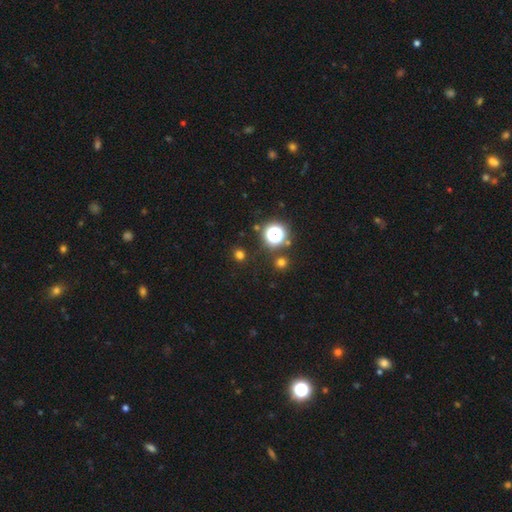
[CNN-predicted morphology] smooth-or-featured: star or artifact: 65% | smooth: 27% | featured or disk: 8%